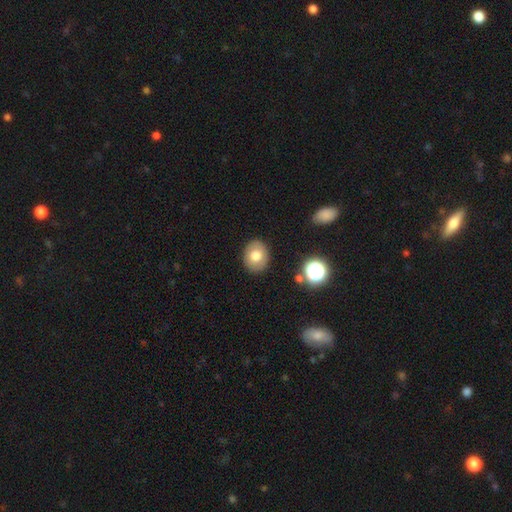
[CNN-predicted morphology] Smooth or featured? Predicted: smooth (p=0.75). How rounded? Predicted: round (p=0.62). Merging? Predicted: none (p=0.88).